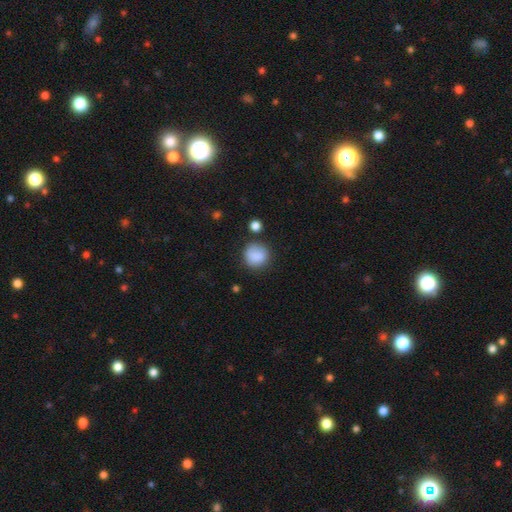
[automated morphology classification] Smooth or featured: smooth — 85% (star or artifact — 9%)
How rounded: round — 84% (in between — 15%)
Merging: none — 72% (minor disturbance — 17%)